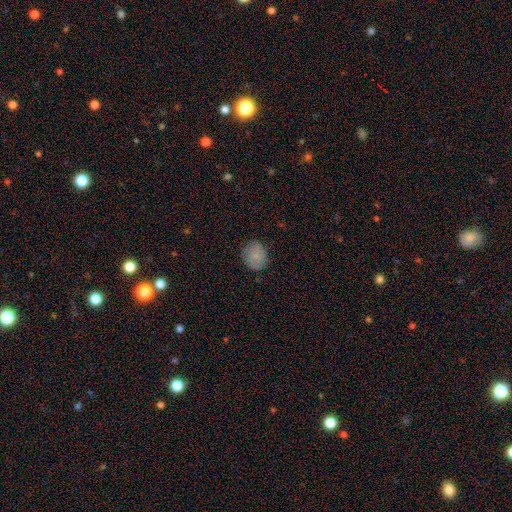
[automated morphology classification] Smooth or featured? Predicted: smooth (p=0.81). How rounded? Predicted: round (p=0.67). Merging? Predicted: none (p=0.80).